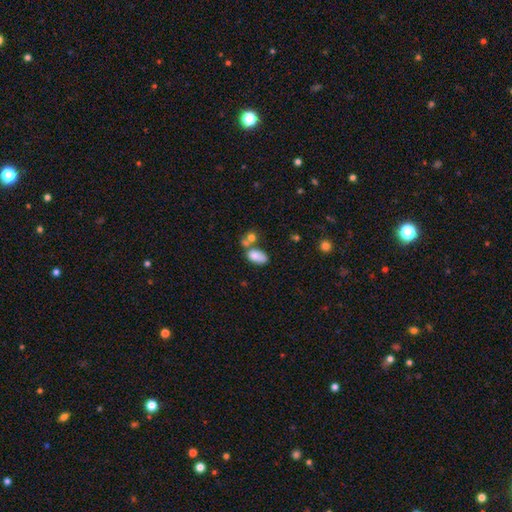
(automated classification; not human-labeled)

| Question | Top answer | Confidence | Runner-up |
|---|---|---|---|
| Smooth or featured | smooth | 81% | featured or disk (11%) |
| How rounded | in between | 91% | round (7%) |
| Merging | none | 41% | merger (34%) |